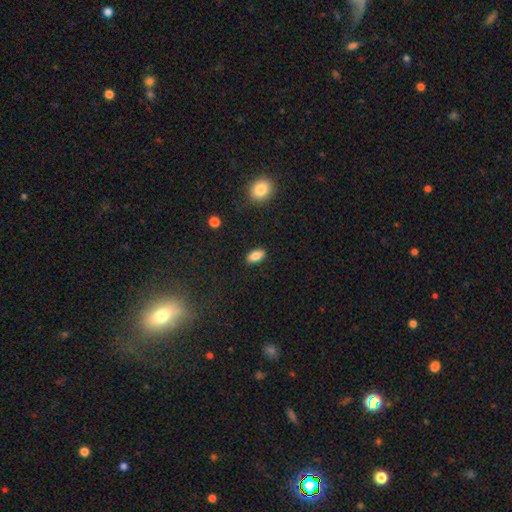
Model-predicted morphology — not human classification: type=smooth (83%); roundness=in between (87%); merging=none (87%).